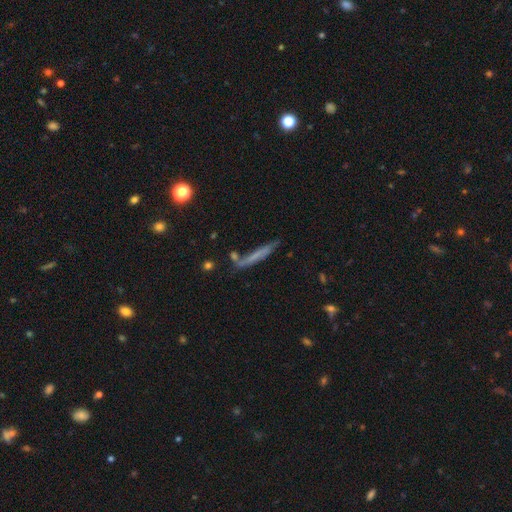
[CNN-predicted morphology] A smooth galaxy with no disk features (53%) that is cigar-shaped (92%).

Vote fractions:
- Smooth or featured? smooth: 53% / featured or disk: 37% / star or artifact: 11%
- How rounded? cigar-shaped: 92% / in between: 5% / round: 3%
- Merging? none: 67% / minor disturbance: 19% / merger: 8% / major disturbance: 6%